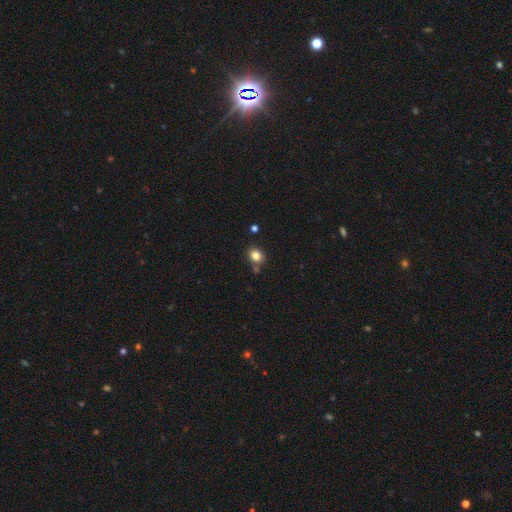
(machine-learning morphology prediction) smooth 82%, star or artifact 12%, featured or disk 7%. Down the decision tree: how rounded — round (65%); merging — none (76%).